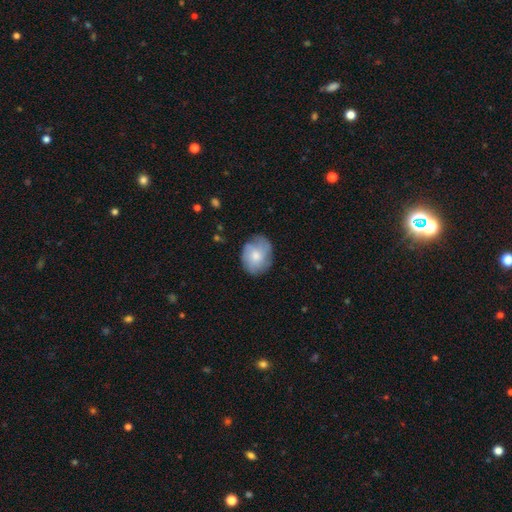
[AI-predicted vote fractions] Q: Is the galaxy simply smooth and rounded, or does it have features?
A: smooth — 64%.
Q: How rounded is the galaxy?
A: in between — 54%.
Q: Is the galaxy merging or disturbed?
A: none — 71%.